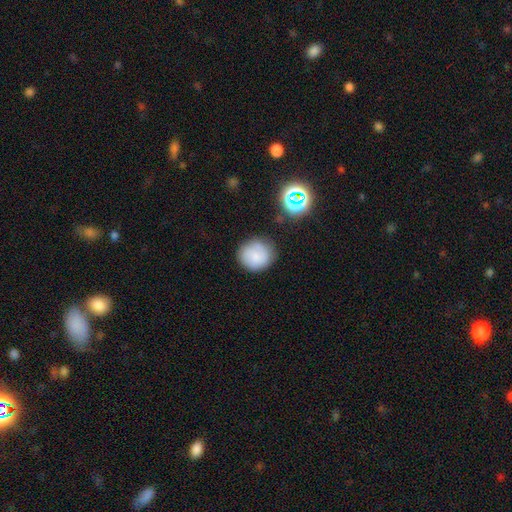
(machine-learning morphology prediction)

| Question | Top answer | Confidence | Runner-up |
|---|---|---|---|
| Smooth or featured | smooth | 74% | featured or disk (16%) |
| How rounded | round | 88% | in between (11%) |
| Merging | none | 72% | minor disturbance (19%) |